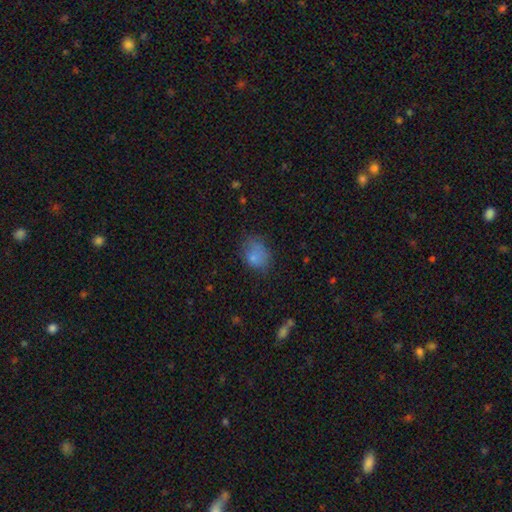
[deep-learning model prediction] Q: Smooth or featured?
A: smooth (75%); runner-up: star or artifact (13%)
Q: How rounded?
A: in between (63%); runner-up: round (36%)
Q: Merging?
A: none (51%); runner-up: minor disturbance (28%)